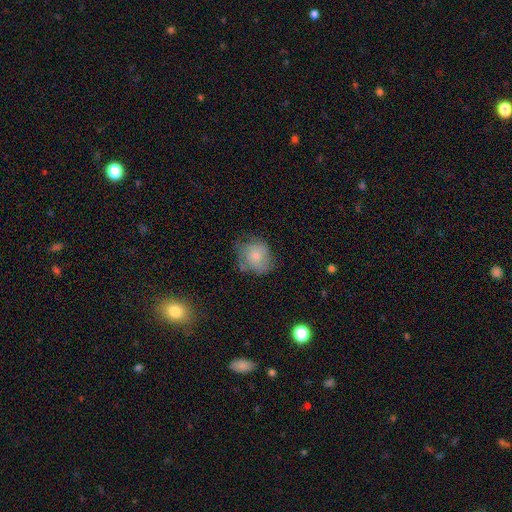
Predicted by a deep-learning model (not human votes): This appears to be a smooth galaxy with no disk features (67%) that is round (65%). Merging: none (51%).